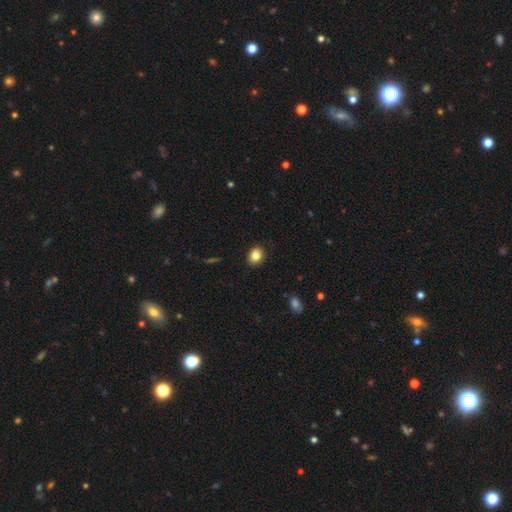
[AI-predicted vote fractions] Smooth or featured?
  - smooth: 83% *
  - star or artifact: 9%
  - featured or disk: 7%
How rounded?
  - in between: 55% *
  - round: 44%
  - cigar-shaped: 1%
Merging?
  - none: 89% *
  - minor disturbance: 9%
  - major disturbance: 2%
  - merger: 1%